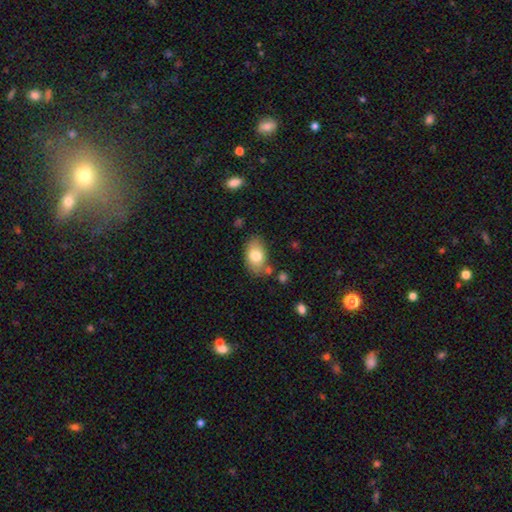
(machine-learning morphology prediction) This appears to be a smooth galaxy with no disk features (76%) that is in between round and cigar-shaped (89%). Merging: none (72%).